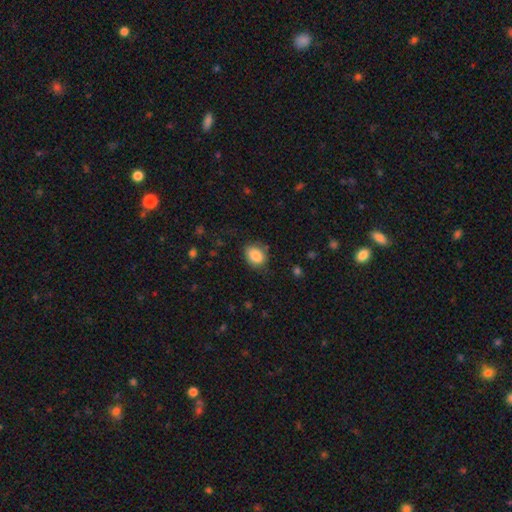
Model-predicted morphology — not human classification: smooth-or-featured: smooth: 86% | star or artifact: 8% | featured or disk: 6%
  how-rounded: in between: 67% | round: 32% | cigar-shaped: 1%
  merging: none: 76% | minor disturbance: 17% | major disturbance: 4% | merger: 2%